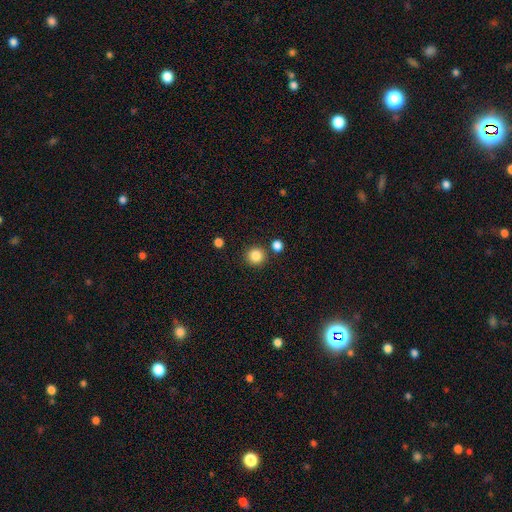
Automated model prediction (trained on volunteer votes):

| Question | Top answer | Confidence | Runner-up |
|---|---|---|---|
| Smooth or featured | smooth | 85% | star or artifact (11%) |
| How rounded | round | 93% | in between (6%) |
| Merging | none | 85% | minor disturbance (7%) |